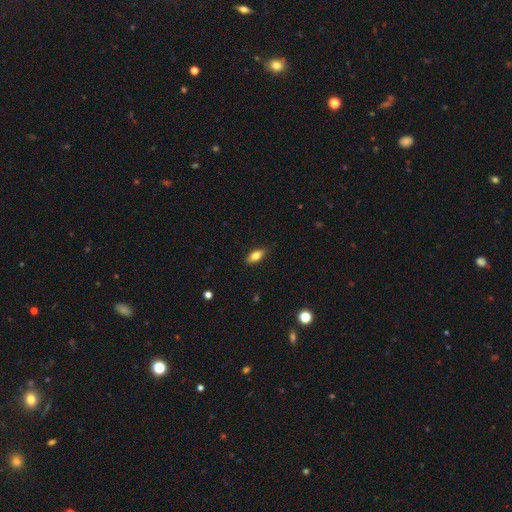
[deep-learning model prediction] Q: Smooth or featured?
A: smooth (79%); runner-up: featured or disk (13%)
Q: How rounded?
A: in between (85%); runner-up: cigar-shaped (11%)
Q: Merging?
A: none (87%); runner-up: minor disturbance (10%)